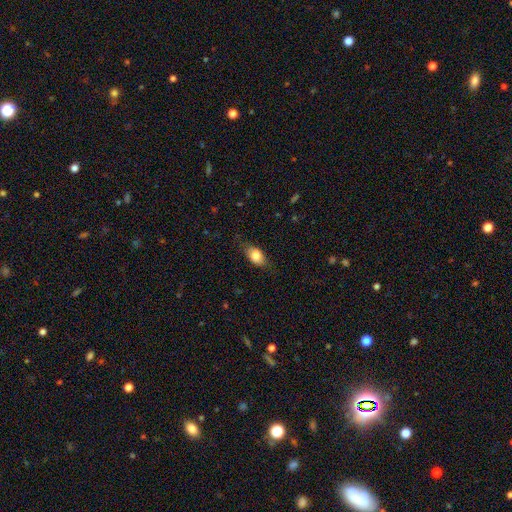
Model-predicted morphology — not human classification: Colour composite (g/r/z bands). It shows a smooth galaxy with no disk features (80%) that is in between round and cigar-shaped (83%). Merging: none (75%).